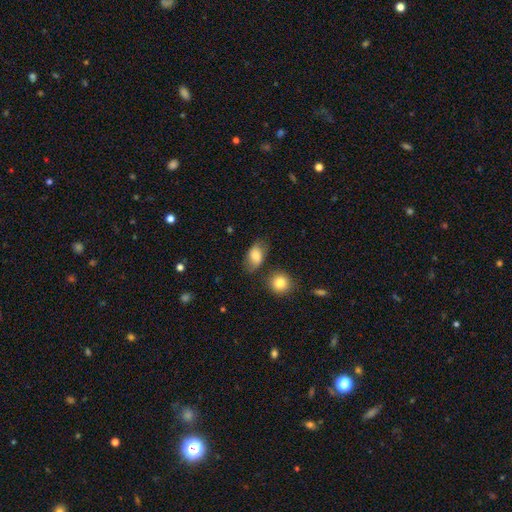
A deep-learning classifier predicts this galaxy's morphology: Smooth or featured? Predicted: smooth (p=0.78). How rounded? Predicted: in between (p=0.86). Merging? Predicted: none (p=0.68).